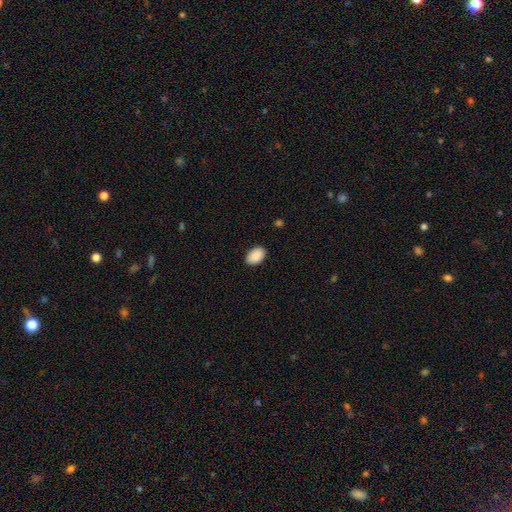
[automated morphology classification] smooth-or-featured: smooth: 91% | star or artifact: 7% | featured or disk: 3%
  how-rounded: in between: 87% | round: 12% | cigar-shaped: 1%
  merging: none: 87% | minor disturbance: 10% | major disturbance: 2% | merger: 1%